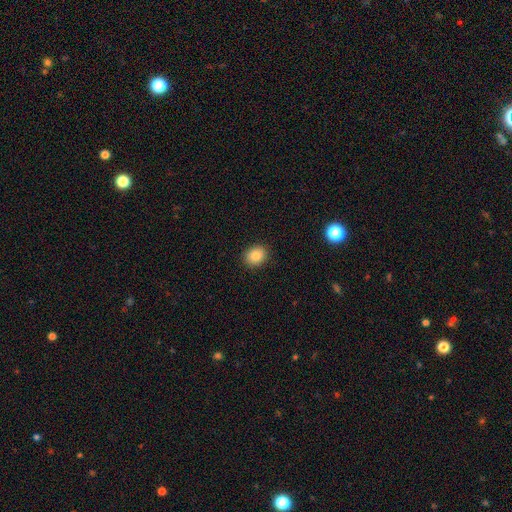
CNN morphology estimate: smooth 85%, star or artifact 10%, featured or disk 5%. Down the decision tree: how rounded — round (58%); merging — none (90%).